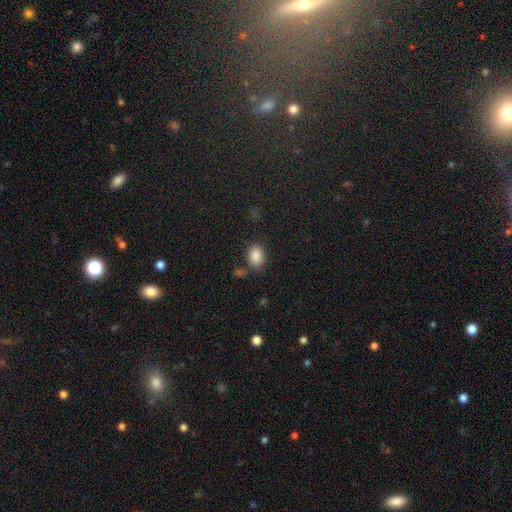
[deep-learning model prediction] This is clearly a smooth galaxy (87%). How rounded: likely in between (77%). Merging: likely none (72%).